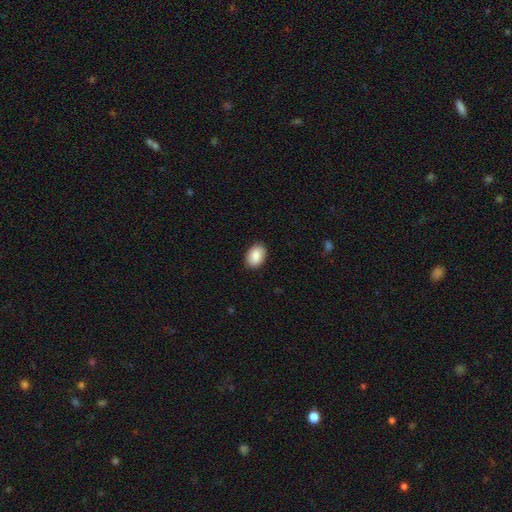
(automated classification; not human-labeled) A smooth galaxy with no disk features (87%) that is in between round and cigar-shaped (86%).

Vote fractions:
- Smooth or featured? smooth: 87% / featured or disk: 7% / star or artifact: 6%
- How rounded? in between: 86% / round: 12% / cigar-shaped: 1%
- Merging? none: 88% / minor disturbance: 9% / major disturbance: 2% / merger: 1%